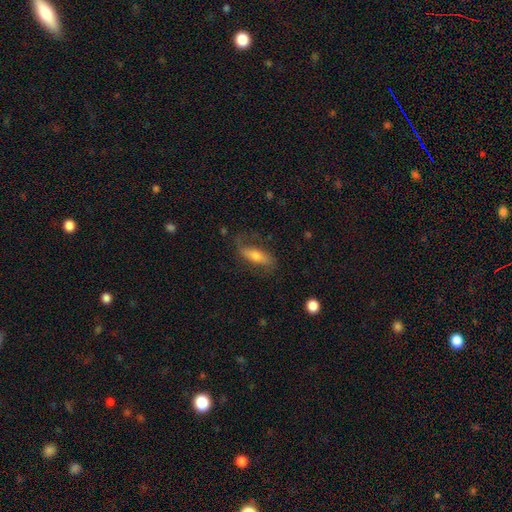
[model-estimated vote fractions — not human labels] This is possibly a featured or disk galaxy (56%). It is likely not viewed edge-on (73%). Merging: likely none (65%).